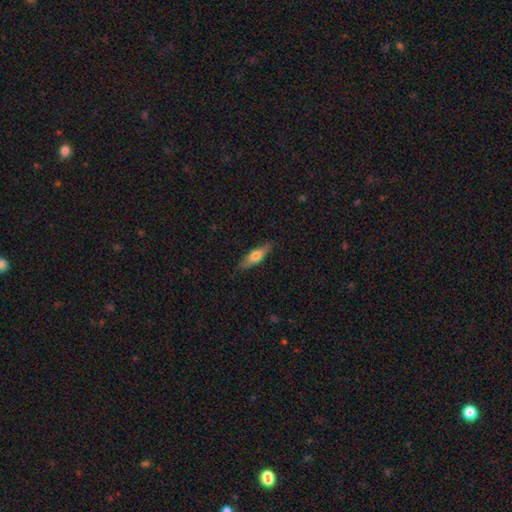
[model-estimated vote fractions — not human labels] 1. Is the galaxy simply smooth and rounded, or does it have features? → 57% smooth, 37% featured or disk, 6% star or artifact.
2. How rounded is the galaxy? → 60% cigar-shaped, 37% in between, 2% round.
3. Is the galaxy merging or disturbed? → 87% none, 10% minor disturbance, 2% major disturbance, 1% merger.